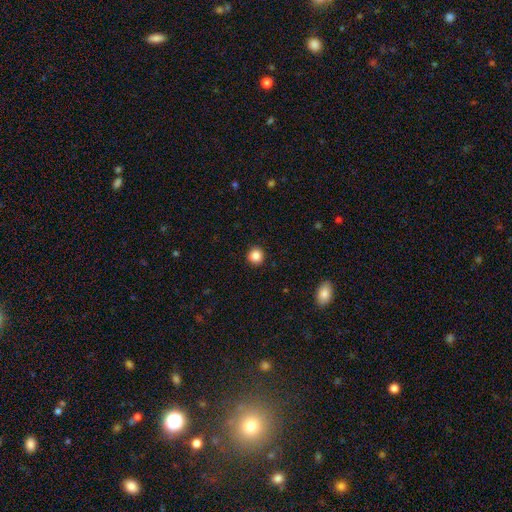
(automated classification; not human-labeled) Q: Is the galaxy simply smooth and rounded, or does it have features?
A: smooth — 86%.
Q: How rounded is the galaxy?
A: round — 94%.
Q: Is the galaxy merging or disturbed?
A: none — 93%.